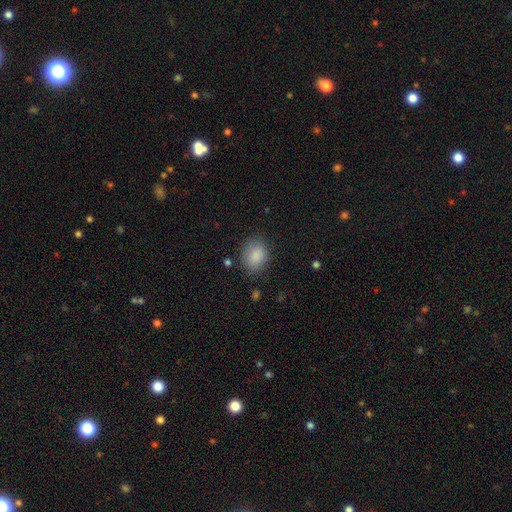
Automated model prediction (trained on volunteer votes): Q: Smooth or featured?
A: smooth (87%); runner-up: star or artifact (8%)
Q: How rounded?
A: in between (60%); runner-up: round (39%)
Q: Merging?
A: none (79%); runner-up: minor disturbance (15%)